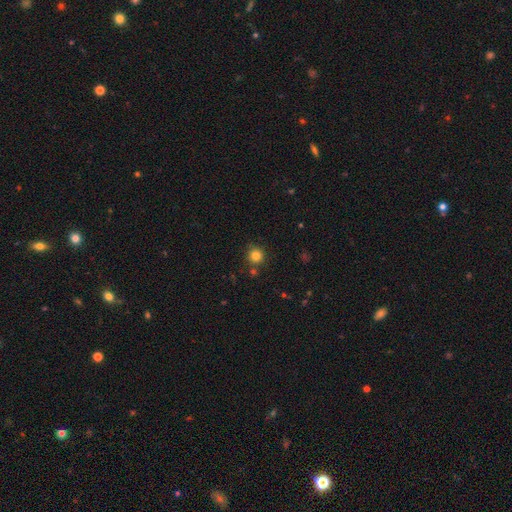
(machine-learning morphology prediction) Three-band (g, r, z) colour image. It shows a smooth galaxy with no disk features (82%) that is round (93%). Merging: none (81%).